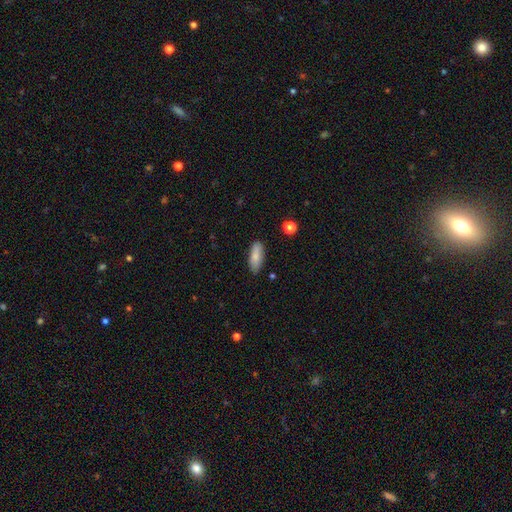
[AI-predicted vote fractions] A smooth galaxy with no disk features (82%) that is in between round and cigar-shaped (74%).

Vote fractions:
- Smooth or featured? smooth: 82% / featured or disk: 11% / star or artifact: 7%
- How rounded? in between: 74% / cigar-shaped: 24% / round: 2%
- Merging? none: 83% / minor disturbance: 13% / major disturbance: 2% / merger: 2%